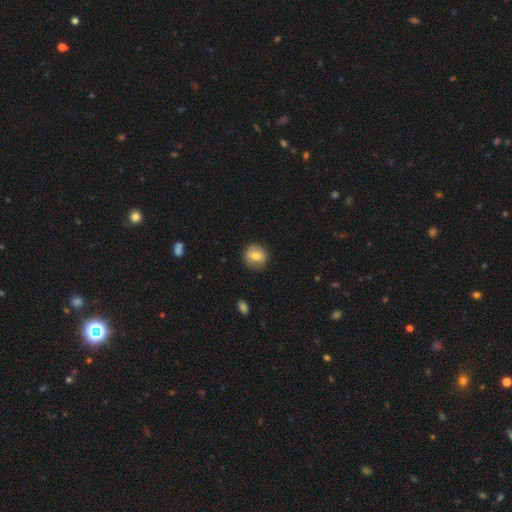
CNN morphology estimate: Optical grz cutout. It shows a smooth galaxy with no disk features (68%) that is round (87%). Merging: none (86%).